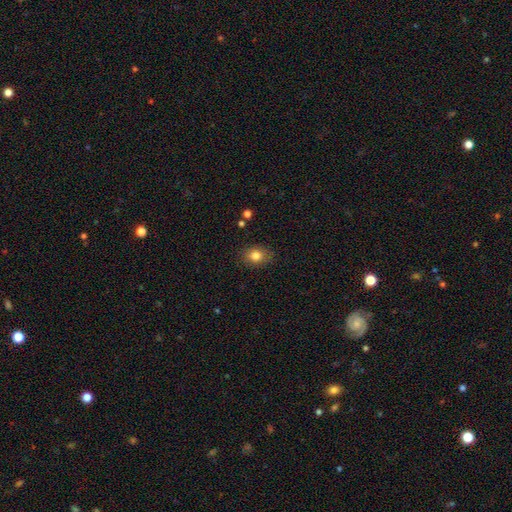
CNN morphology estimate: Smooth or featured? Predicted: smooth (p=0.82). How rounded? Predicted: in between (p=0.61). Merging? Predicted: none (p=0.85).